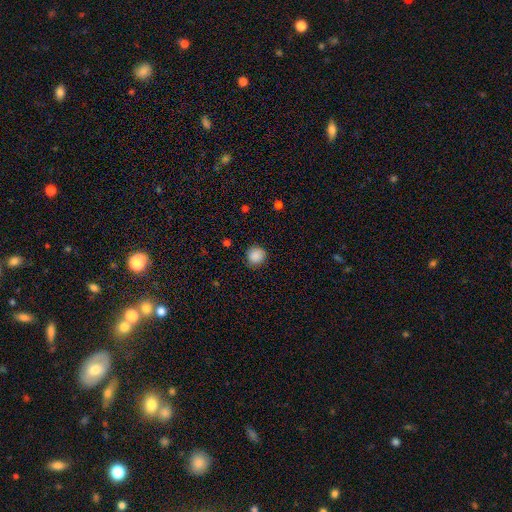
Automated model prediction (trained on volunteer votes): smooth-or-featured: smooth: 88% | star or artifact: 9% | featured or disk: 3%
  how-rounded: round: 91% | in between: 8% | cigar-shaped: 1%
  merging: none: 87% | minor disturbance: 9% | major disturbance: 3% | merger: 1%